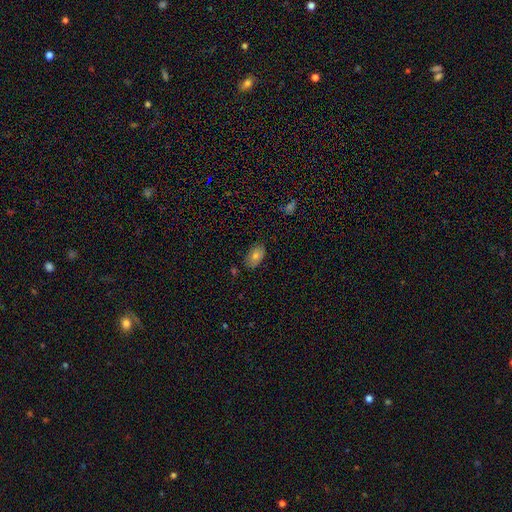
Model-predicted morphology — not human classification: A smooth galaxy with no disk features (74%) that is in between round and cigar-shaped (89%).

Vote fractions:
- Smooth or featured? smooth: 74% / featured or disk: 15% / star or artifact: 12%
- How rounded? in between: 89% / round: 9% / cigar-shaped: 2%
- Merging? none: 81% / minor disturbance: 14% / major disturbance: 3% / merger: 2%